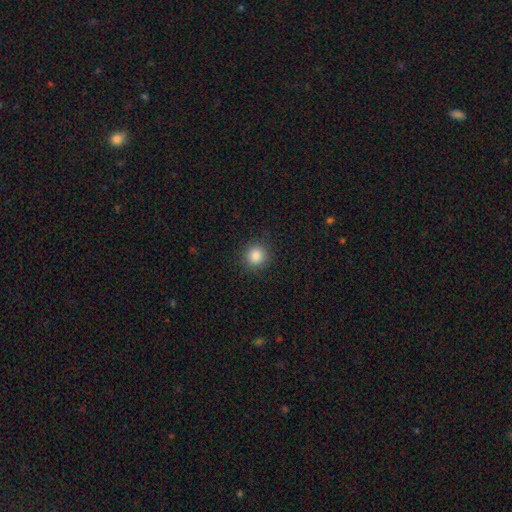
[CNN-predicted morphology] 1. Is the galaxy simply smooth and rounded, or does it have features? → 86% smooth, 10% star or artifact, 4% featured or disk.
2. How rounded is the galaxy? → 91% round, 8% in between, 1% cigar-shaped.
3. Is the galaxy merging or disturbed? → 90% none, 7% minor disturbance, 2% major disturbance, 1% merger.